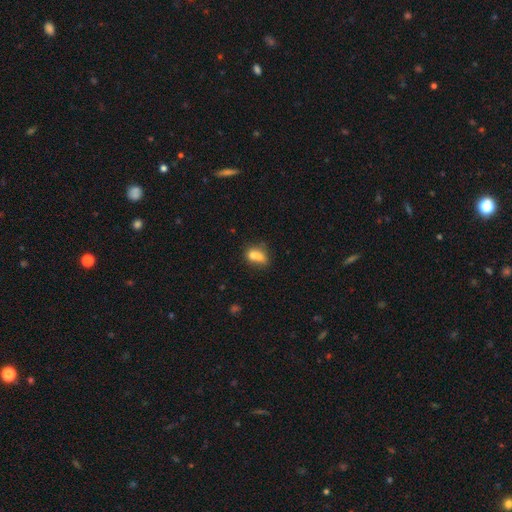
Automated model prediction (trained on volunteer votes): A smooth galaxy with no disk features (68%) that is round (51%). Merging: merger (66%).